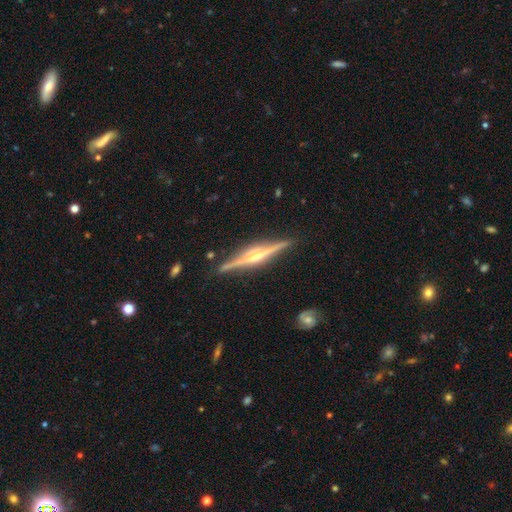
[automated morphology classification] The model was most divided on "edge-on bulge": rounded: 81%, boxy: 13%, none: 7%. More confident: edge-on disk — yes (98%); merging — none (89%); smooth or featured — featured or disk (85%).